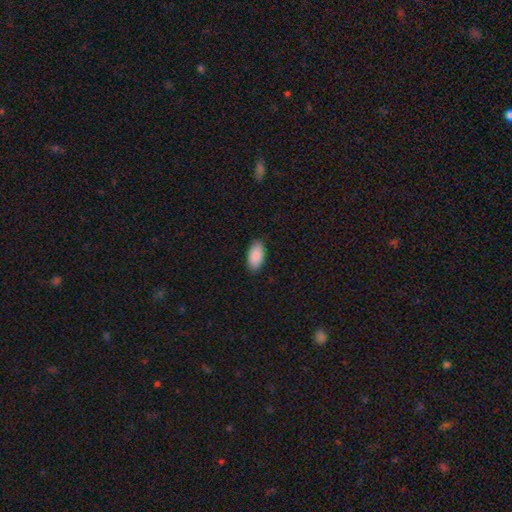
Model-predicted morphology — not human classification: This appears to be a smooth galaxy with no disk features (91%) that is in between round and cigar-shaped (95%). Merging: none (87%).